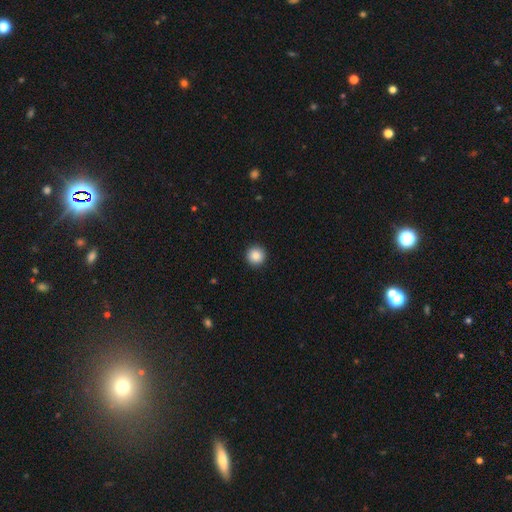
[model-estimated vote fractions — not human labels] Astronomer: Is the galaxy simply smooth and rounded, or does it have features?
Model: smooth — 87%.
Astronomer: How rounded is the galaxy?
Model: round — 96%.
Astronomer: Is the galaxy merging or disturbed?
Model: none — 93%.